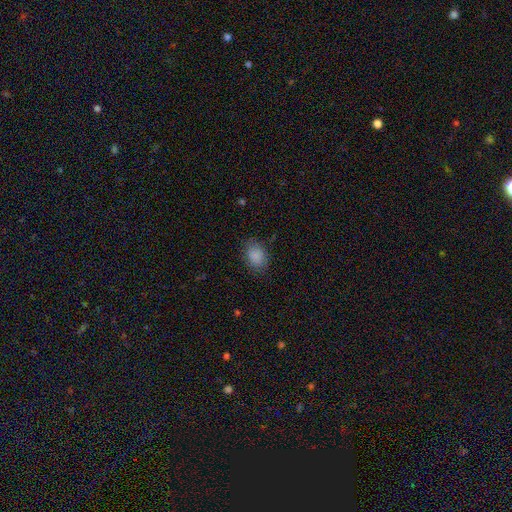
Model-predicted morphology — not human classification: Smooth or featured? Predicted: smooth (p=0.87). How rounded? Predicted: in between (p=0.74). Merging? Predicted: none (p=0.81).